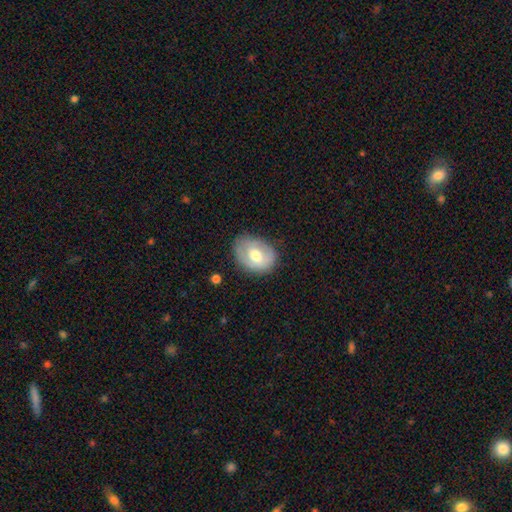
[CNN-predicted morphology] Smooth or featured?
  - smooth: 48% *
  - featured or disk: 46%
  - star or artifact: 6%
Merging?
  - none: 73% *
  - minor disturbance: 19%
  - major disturbance: 6%
  - merger: 1%